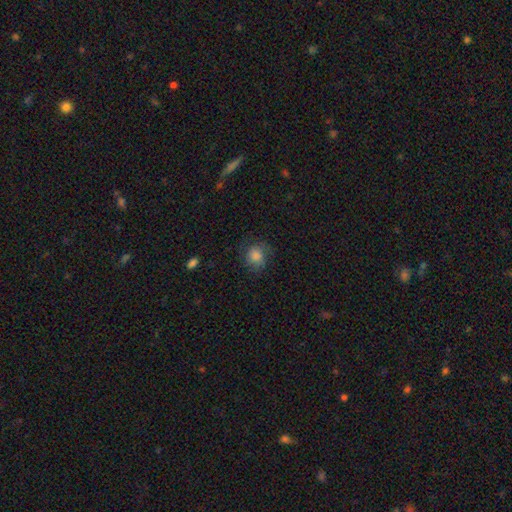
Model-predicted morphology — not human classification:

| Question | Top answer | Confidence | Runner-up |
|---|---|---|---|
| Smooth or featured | smooth | 78% | featured or disk (12%) |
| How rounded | round | 77% | in between (22%) |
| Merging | none | 69% | minor disturbance (20%) |